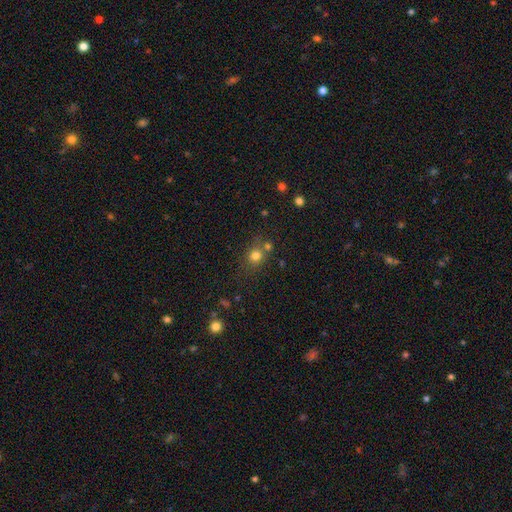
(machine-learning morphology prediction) This is likely a smooth galaxy (76%). How rounded: likely round (80%). Merging: likely none (66%).